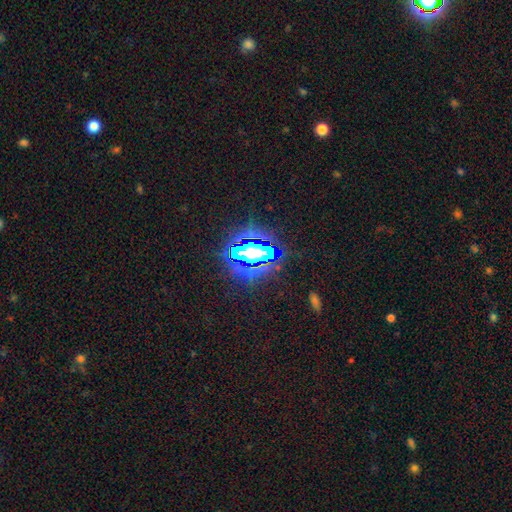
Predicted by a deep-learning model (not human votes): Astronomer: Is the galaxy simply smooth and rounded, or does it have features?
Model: star or artifact — 79%.